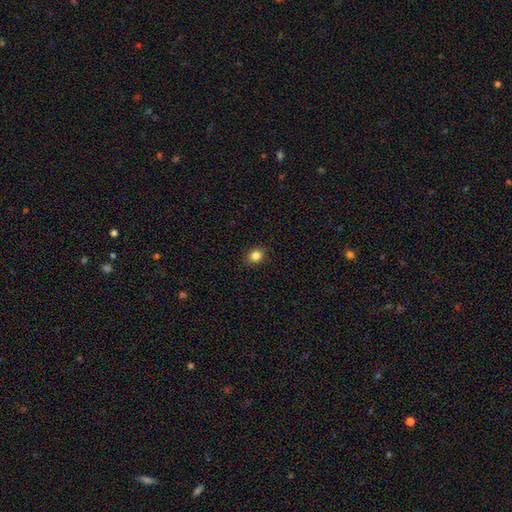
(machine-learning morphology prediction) type=smooth (84%); roundness=round (64%); merging=none (89%).